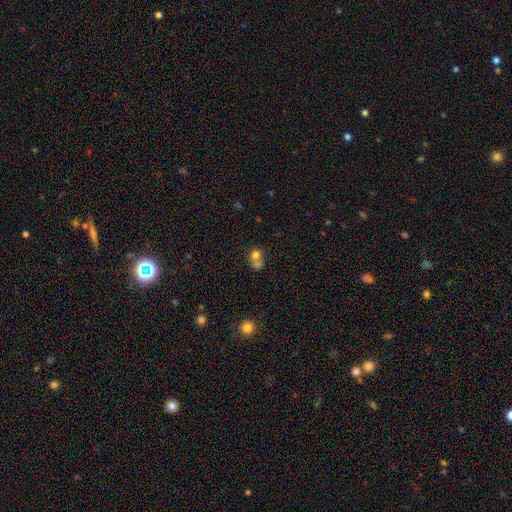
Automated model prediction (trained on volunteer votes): Morphology: type=smooth (71%); roundness=round (73%); merging=merger (62%).